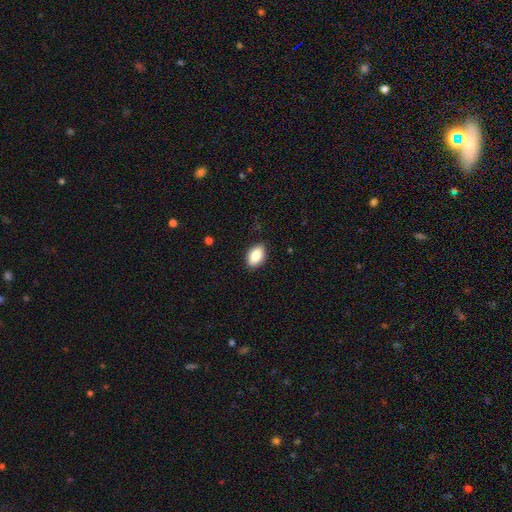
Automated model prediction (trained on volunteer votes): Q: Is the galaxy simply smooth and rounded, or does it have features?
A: smooth — 87%.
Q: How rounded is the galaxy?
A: in between — 91%.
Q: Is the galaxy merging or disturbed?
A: none — 88%.